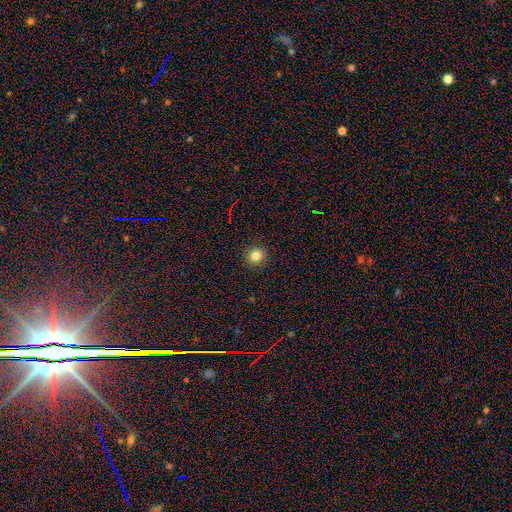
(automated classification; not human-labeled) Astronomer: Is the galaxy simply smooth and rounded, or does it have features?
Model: smooth — 83%.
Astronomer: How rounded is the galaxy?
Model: round — 85%.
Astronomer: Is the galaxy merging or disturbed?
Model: none — 91%.